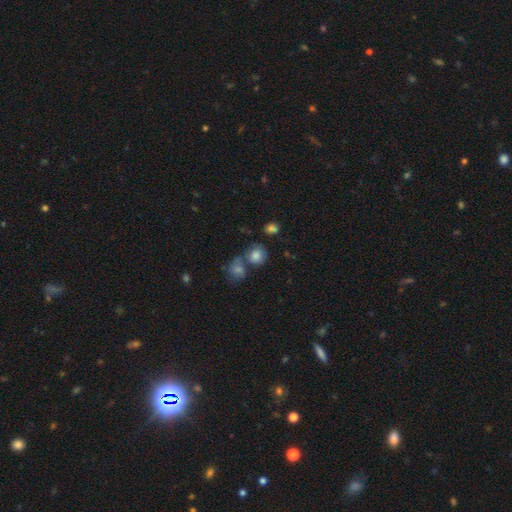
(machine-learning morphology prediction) Overall: smooth (73%). How rounded: round (77%). Merging: none (48%; merger 35%).